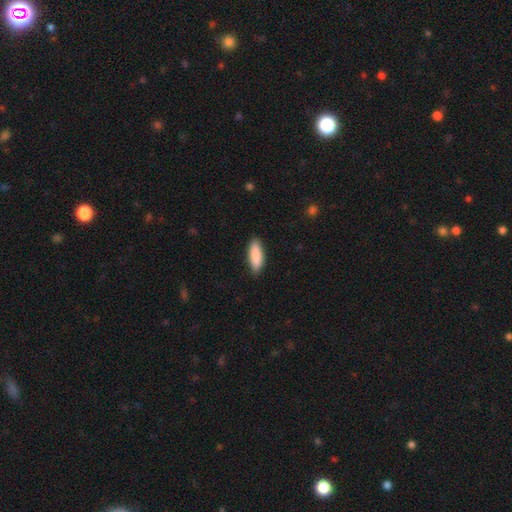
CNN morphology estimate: Smooth or featured?
  - smooth: 89% *
  - star or artifact: 5%
  - featured or disk: 5%
How rounded?
  - in between: 60% *
  - cigar-shaped: 39%
  - round: 2%
Merging?
  - none: 88% *
  - minor disturbance: 9%
  - major disturbance: 2%
  - merger: 1%